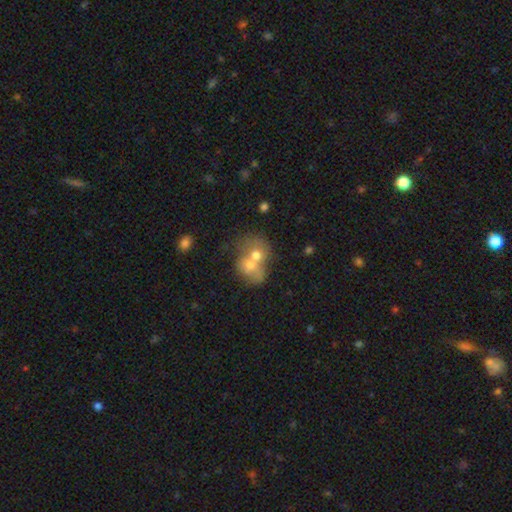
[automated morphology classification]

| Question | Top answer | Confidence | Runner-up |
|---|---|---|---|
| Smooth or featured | smooth | 55% | featured or disk (32%) |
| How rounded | round | 56% | in between (43%) |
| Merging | merger | 72% | none (18%) |